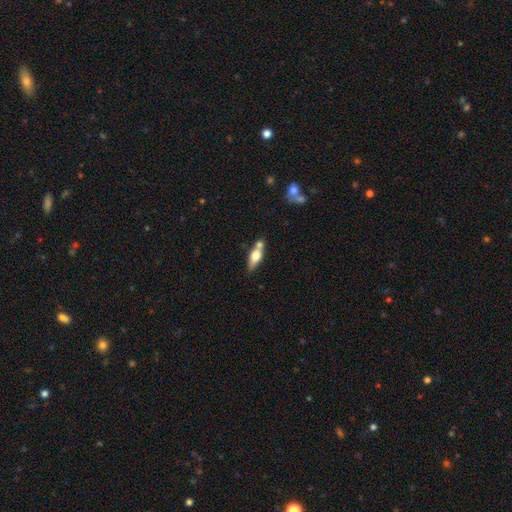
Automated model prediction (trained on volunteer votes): Smooth or featured?
  - smooth: 56% *
  - featured or disk: 37%
  - star or artifact: 7%
How rounded?
  - in between: 57% *
  - cigar-shaped: 39%
  - round: 4%
Merging?
  - none: 57% *
  - merger: 24%
  - minor disturbance: 15%
  - major disturbance: 4%